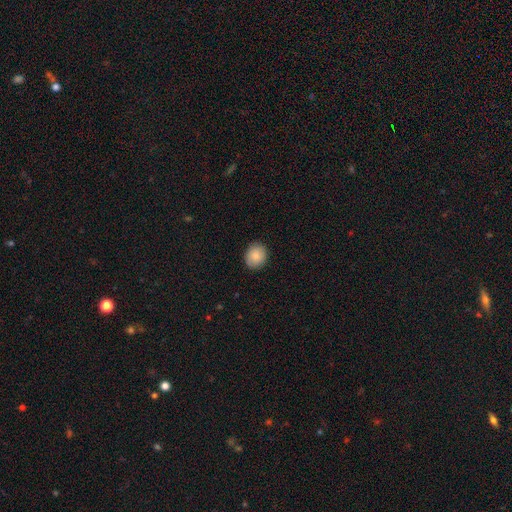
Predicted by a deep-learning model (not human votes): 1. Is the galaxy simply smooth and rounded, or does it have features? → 87% smooth, 7% star or artifact, 6% featured or disk.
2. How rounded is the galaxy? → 68% round, 32% in between, 1% cigar-shaped.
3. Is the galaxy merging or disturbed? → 88% none, 9% minor disturbance, 2% major disturbance, 1% merger.